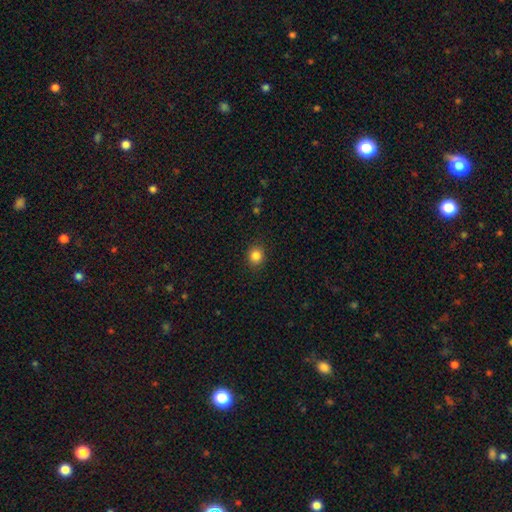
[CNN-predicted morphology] The model was most divided on "how rounded": round: 81%, in between: 18%, cigar-shaped: 1%. More confident: merging — none (90%); smooth or featured — smooth (85%).